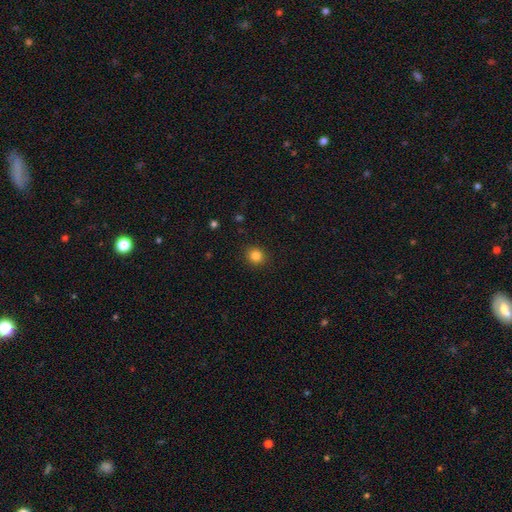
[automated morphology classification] A smooth galaxy with no disk features (83%) that is round (88%). Merging: none (91%).